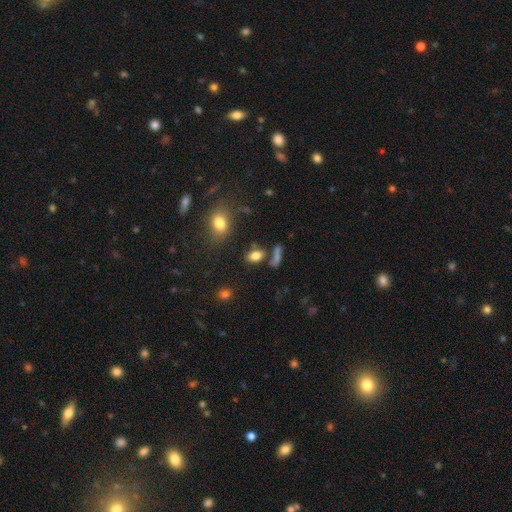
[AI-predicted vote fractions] Smooth or featured?
  - smooth: 80% *
  - star or artifact: 12%
  - featured or disk: 8%
How rounded?
  - in between: 79% *
  - round: 17%
  - cigar-shaped: 5%
Merging?
  - none: 68% *
  - merger: 15%
  - minor disturbance: 12%
  - major disturbance: 5%